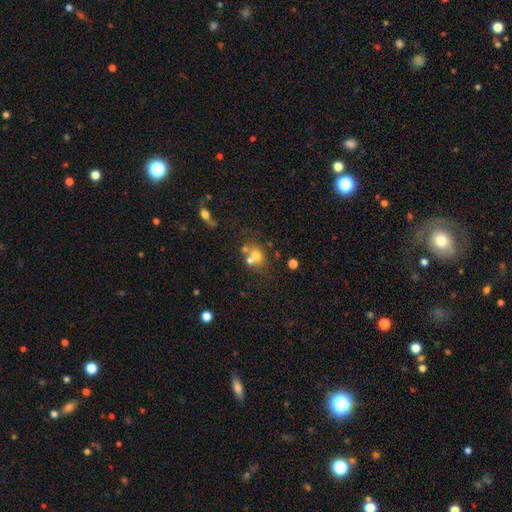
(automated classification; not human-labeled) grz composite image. It shows a smooth galaxy with no disk features (64%) that is round (70%). Merging: none (42%, tied with merger).